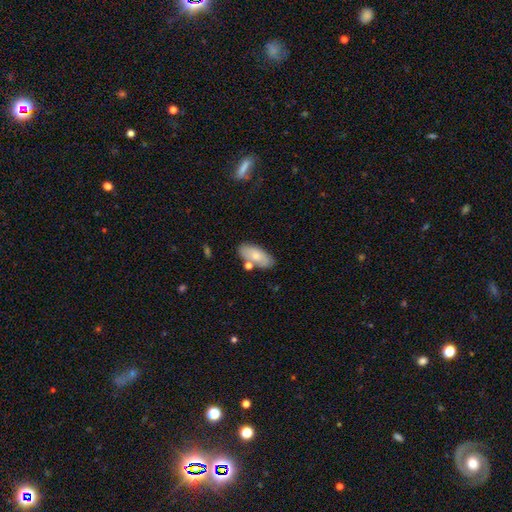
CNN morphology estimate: Smooth or featured?
  - smooth: 73% *
  - featured or disk: 21%
  - star or artifact: 6%
How rounded?
  - in between: 88% *
  - cigar-shaped: 9%
  - round: 3%
Merging?
  - none: 73% *
  - minor disturbance: 15%
  - merger: 10%
  - major disturbance: 3%